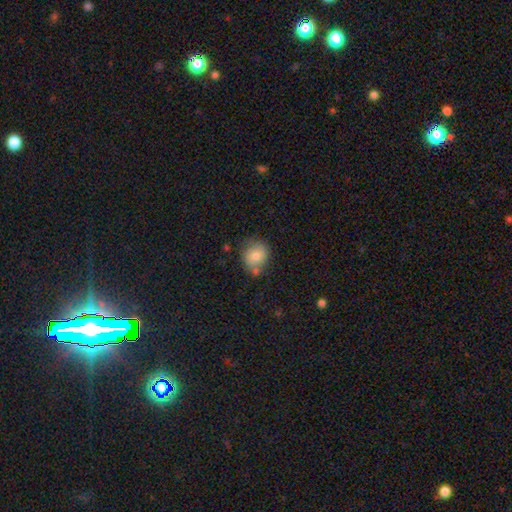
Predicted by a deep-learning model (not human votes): Morphology: type=smooth (77%); roundness=round (76%); merging=none (68%).